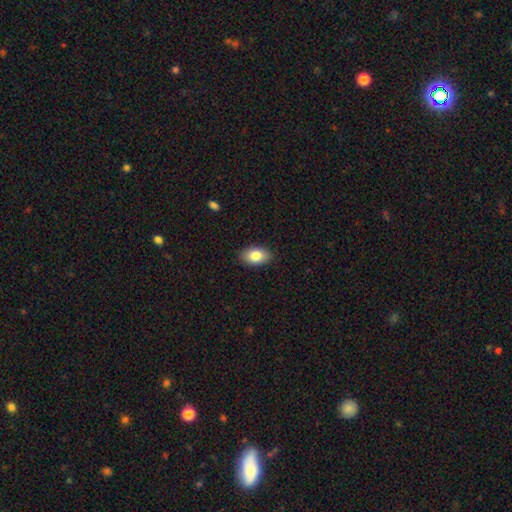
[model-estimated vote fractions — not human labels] This appears to be a smooth galaxy with no disk features (84%) that is in between round and cigar-shaped (91%). Merging: none (89%).